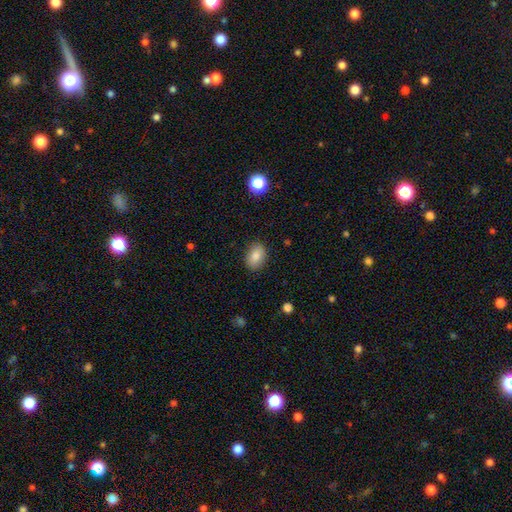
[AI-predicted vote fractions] Smooth or featured? smooth (85%)
How rounded? in between (78%)
Merging? none (87%)